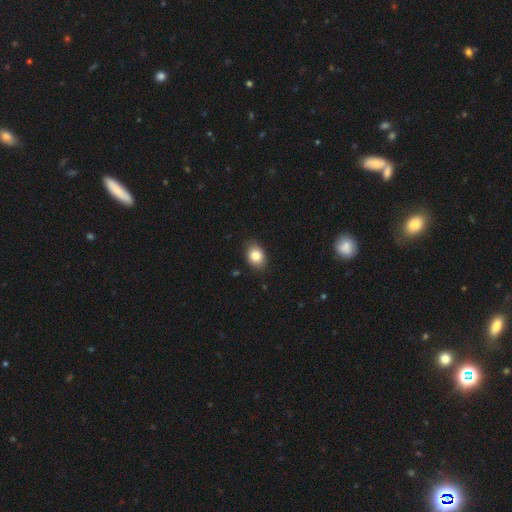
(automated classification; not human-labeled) Smooth or featured: smooth — 83% (star or artifact — 9%)
How rounded: in between — 65% (round — 34%)
Merging: none — 85% (minor disturbance — 11%)